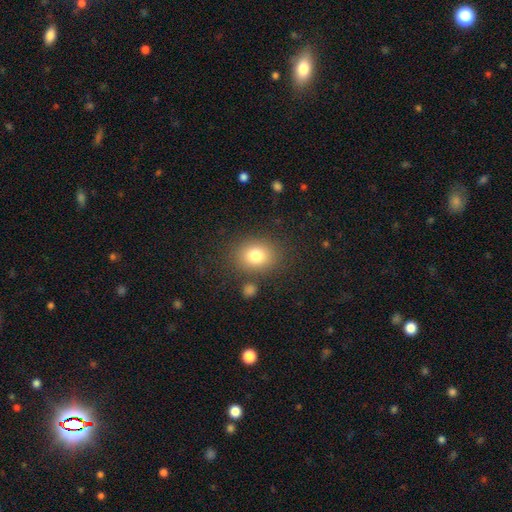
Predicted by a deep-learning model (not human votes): smooth 80%, star or artifact 11%, featured or disk 9%. Down the decision tree: how rounded — round (57%); merging — none (81%).